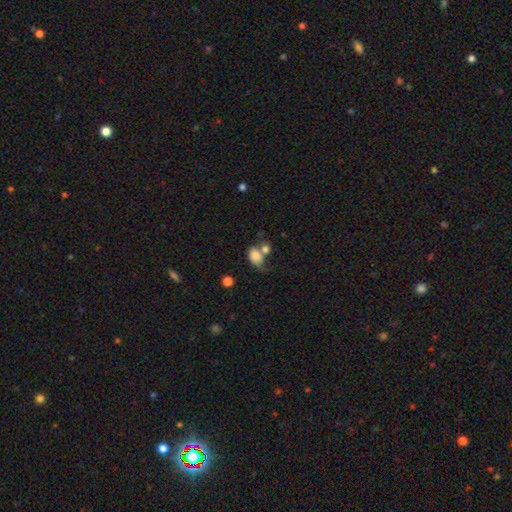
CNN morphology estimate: A smooth galaxy with no disk features (77%) that is in between round and cigar-shaped (76%). Merging: merger (41%).